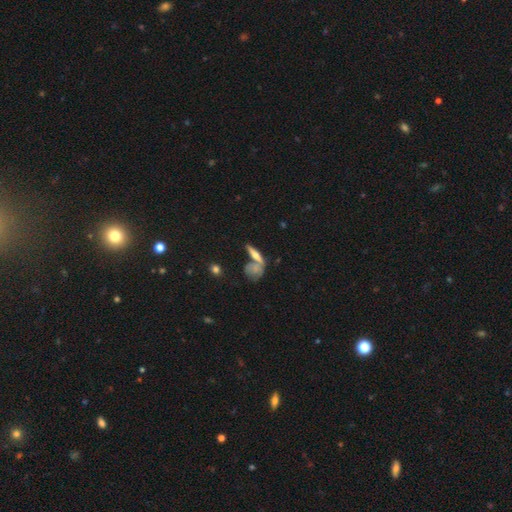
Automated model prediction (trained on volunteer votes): Smooth or featured? Predicted: smooth (p=0.51). How rounded? Predicted: cigar-shaped (p=0.59). Merging? Predicted: none (p=0.54).